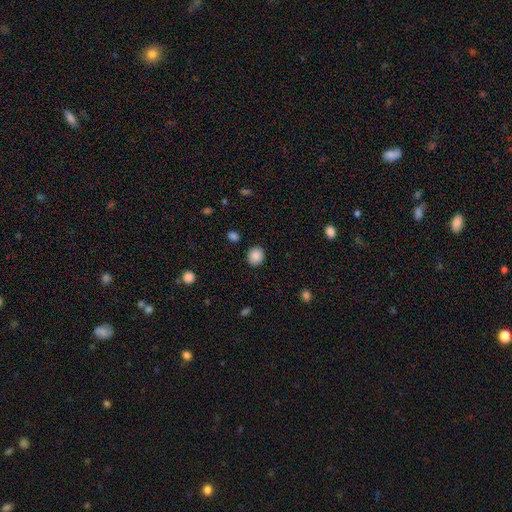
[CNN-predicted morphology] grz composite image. It shows a smooth galaxy with no disk features (87%) that is round (79%). Merging: none (89%).